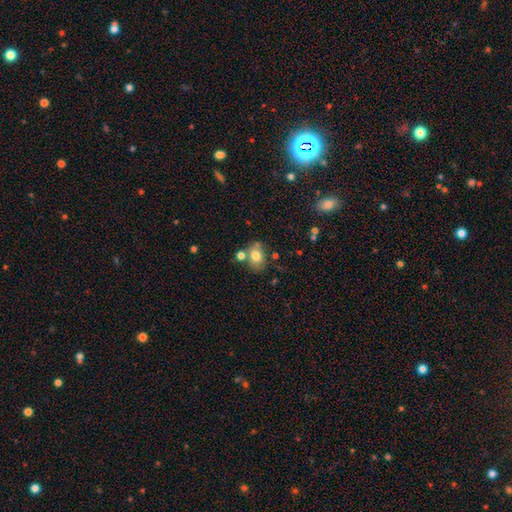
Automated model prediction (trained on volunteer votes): Morphology: type=smooth (75%); roundness=in between (64%); merging=none (58%).